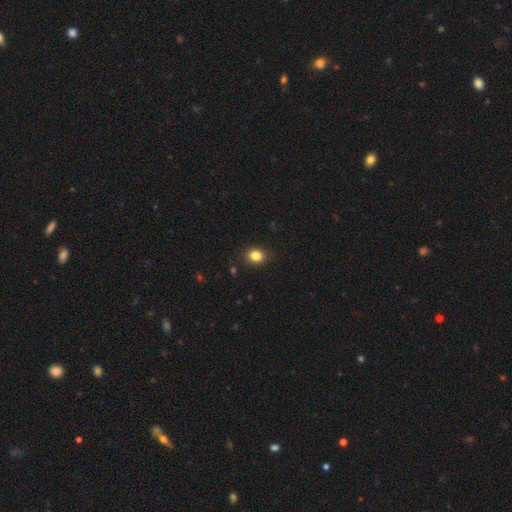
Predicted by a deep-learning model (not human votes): The model was most divided on "how rounded": round: 60%, in between: 39%, cigar-shaped: 1%. More confident: merging — none (86%); smooth or featured — smooth (84%).